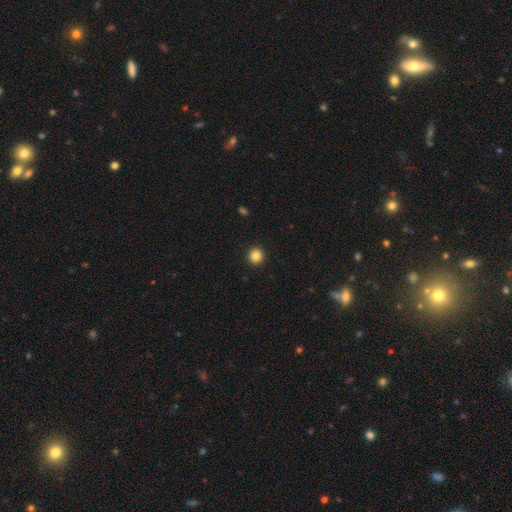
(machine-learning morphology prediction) A smooth galaxy with no disk features (86%) that is round (93%).

Vote fractions:
- Smooth or featured? smooth: 86% / star or artifact: 10% / featured or disk: 4%
- How rounded? round: 93% / in between: 6% / cigar-shaped: 1%
- Merging? none: 93% / minor disturbance: 4% / major disturbance: 2% / merger: 1%